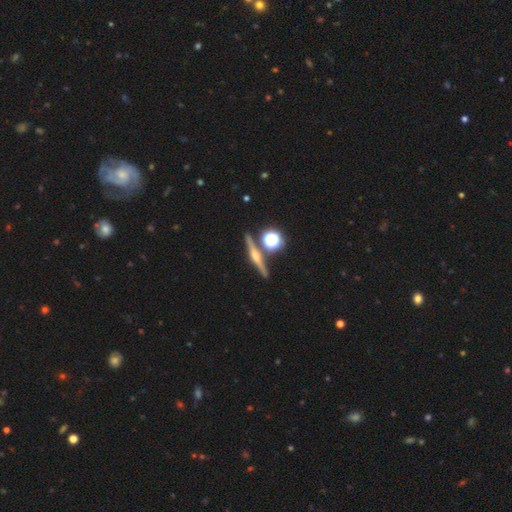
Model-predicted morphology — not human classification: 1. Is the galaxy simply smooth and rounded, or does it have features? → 73% featured or disk, 16% smooth, 12% star or artifact.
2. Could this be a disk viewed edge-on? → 97% yes, 3% no.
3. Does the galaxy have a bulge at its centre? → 89% rounded, 7% boxy, 4% none.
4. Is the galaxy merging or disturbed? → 84% none, 7% minor disturbance, 6% merger, 2% major disturbance.